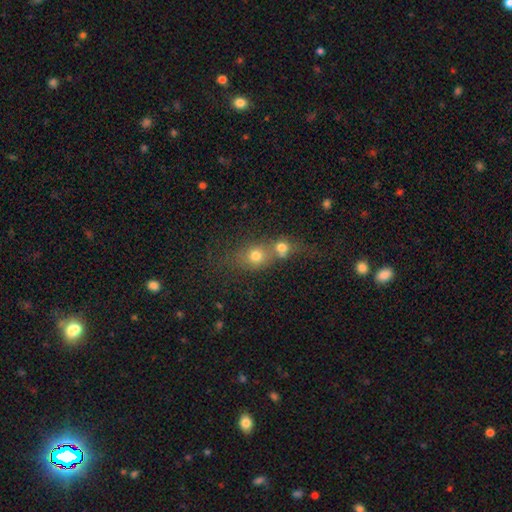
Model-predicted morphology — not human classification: Smooth or featured? Predicted: smooth (p=0.71). How rounded? Predicted: round (p=0.71). Merging? Predicted: merger (p=0.62).